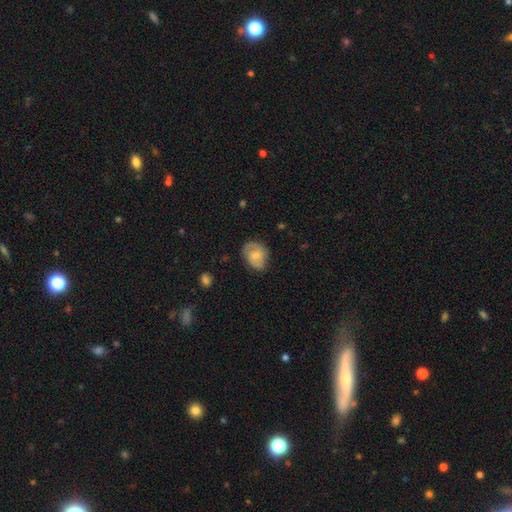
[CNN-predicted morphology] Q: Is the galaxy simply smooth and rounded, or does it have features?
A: smooth — 51%.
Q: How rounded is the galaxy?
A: in between — 55%.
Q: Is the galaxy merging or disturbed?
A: none — 65%.